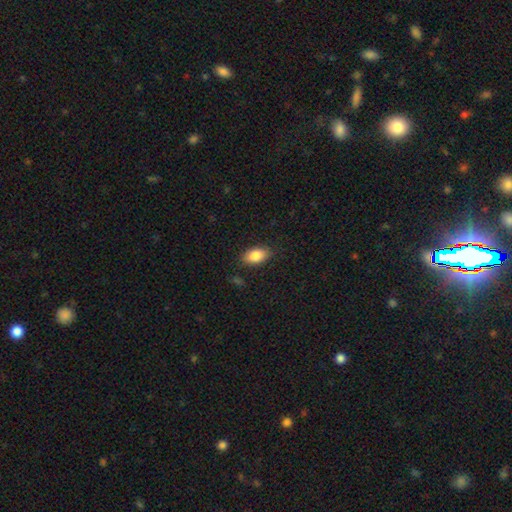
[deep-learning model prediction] Smooth or featured?
  - smooth: 86% *
  - star or artifact: 7%
  - featured or disk: 7%
How rounded?
  - in between: 91% *
  - round: 7%
  - cigar-shaped: 2%
Merging?
  - none: 84% *
  - minor disturbance: 12%
  - major disturbance: 3%
  - merger: 1%